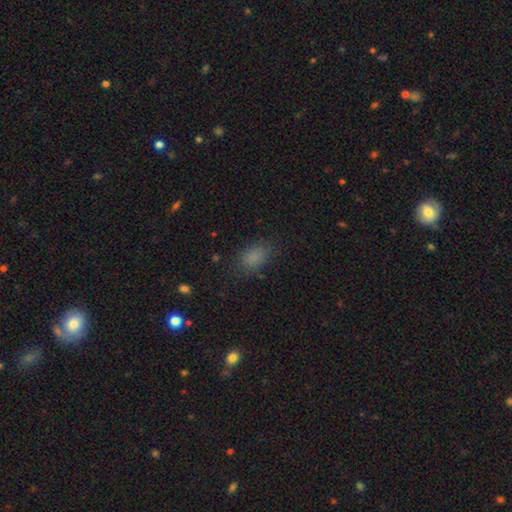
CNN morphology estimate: The model was most divided on "merging": none: 78%, minor disturbance: 15%, major disturbance: 6%, merger: 1%. More confident: how rounded — in between (85%); smooth or featured — smooth (82%).